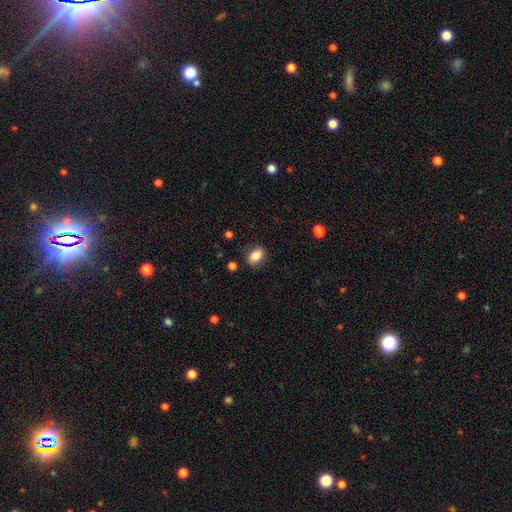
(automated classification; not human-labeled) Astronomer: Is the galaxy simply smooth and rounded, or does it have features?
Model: smooth — 85%.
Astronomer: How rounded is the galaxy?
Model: in between — 80%.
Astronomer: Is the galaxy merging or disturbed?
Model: none — 86%.